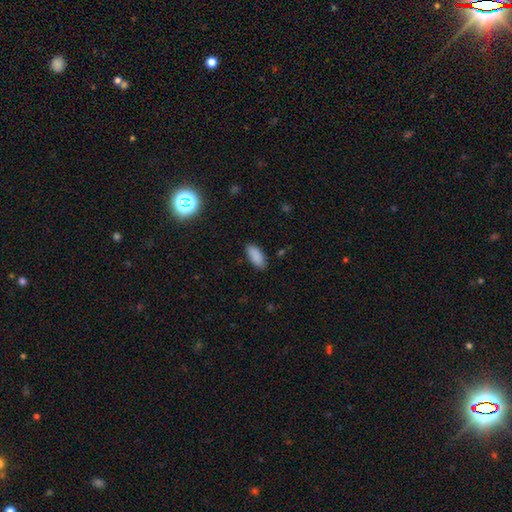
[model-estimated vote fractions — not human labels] Q: Smooth or featured?
A: smooth (88%); runner-up: star or artifact (8%)
Q: How rounded?
A: in between (87%); runner-up: cigar-shaped (11%)
Q: Merging?
A: none (86%); runner-up: minor disturbance (11%)